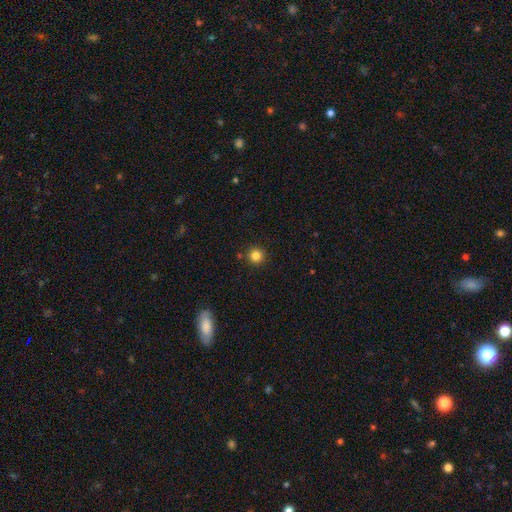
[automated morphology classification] The model was most divided on "smooth or featured": smooth: 83%, star or artifact: 12%, featured or disk: 5%. More confident: how rounded — round (95%); merging — none (89%).